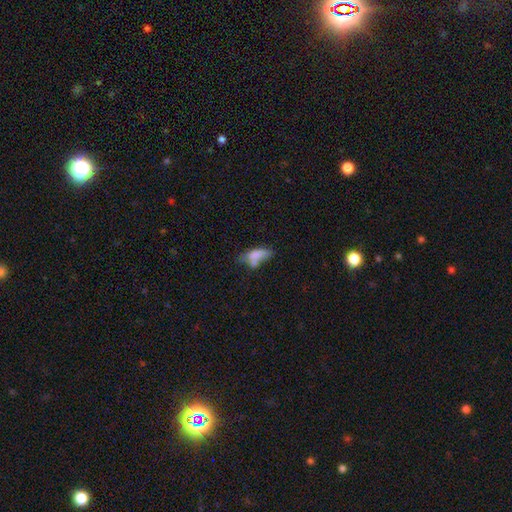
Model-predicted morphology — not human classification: Smooth or featured?
  - smooth: 72% *
  - featured or disk: 19%
  - star or artifact: 9%
How rounded?
  - in between: 72% *
  - cigar-shaped: 25%
  - round: 3%
Merging?
  - none: 33% *
  - merger: 32%
  - minor disturbance: 22%
  - major disturbance: 13%